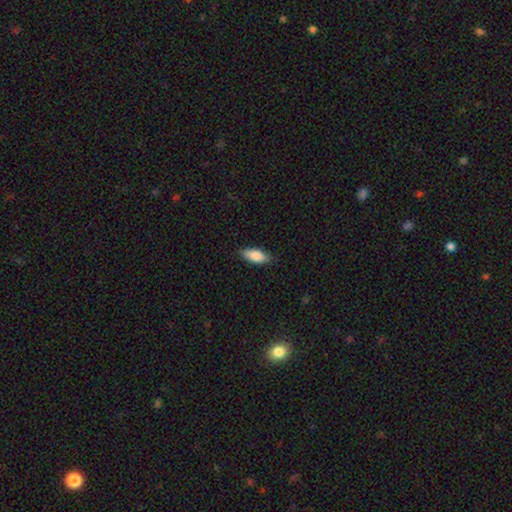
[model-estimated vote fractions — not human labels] smooth 84%, featured or disk 10%, star or artifact 6%. Down the decision tree: how rounded — in between (79%); merging — none (83%).